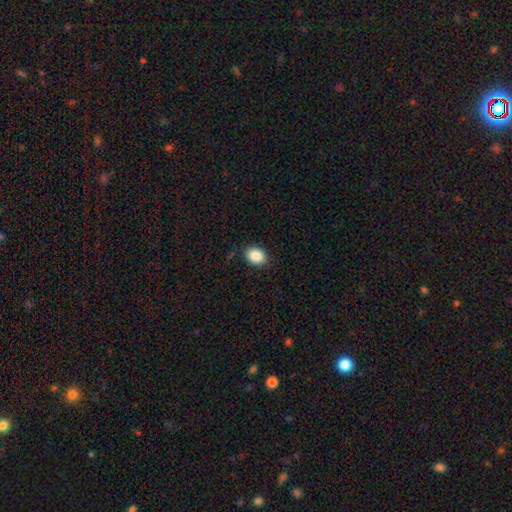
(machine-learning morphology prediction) Overall: smooth (88%). How rounded: in between (70%). Merging: none (87%).